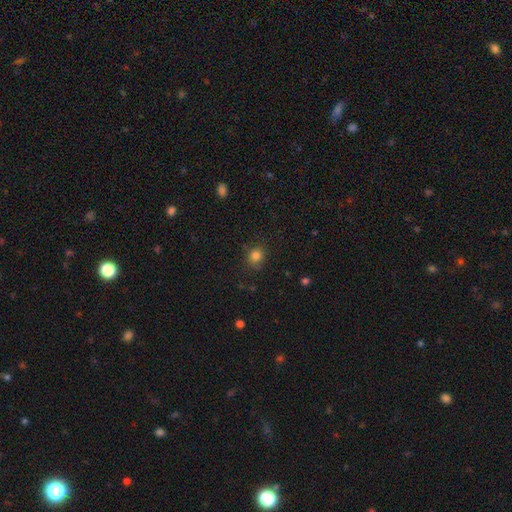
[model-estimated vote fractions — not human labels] Morphology: type=smooth (82%); roundness=round (78%); merging=none (78%).